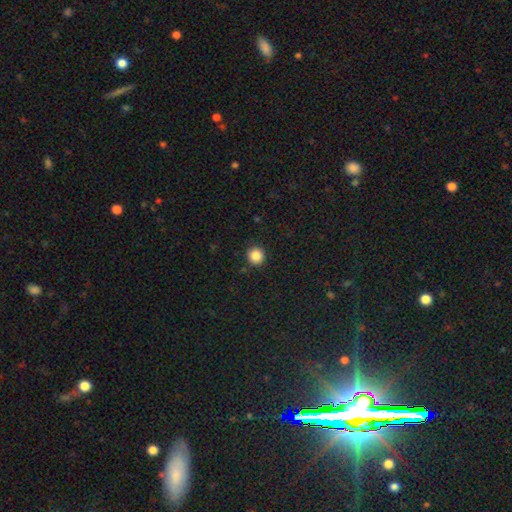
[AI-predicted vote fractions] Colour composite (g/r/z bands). It shows a smooth galaxy with no disk features (86%) that is round (93%). Merging: none (91%).